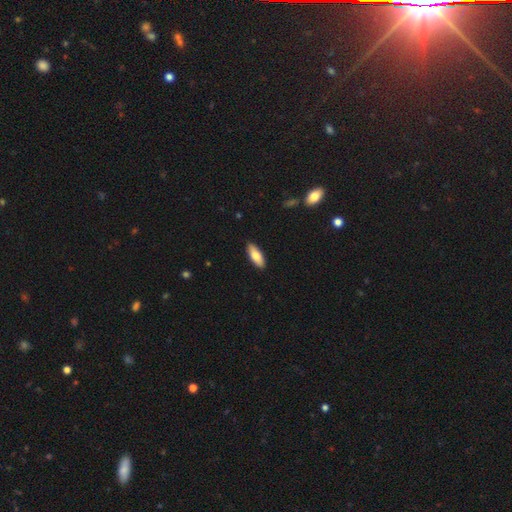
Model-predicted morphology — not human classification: Smooth or featured? Predicted: smooth (p=0.78). How rounded? Predicted: in between (p=0.70). Merging? Predicted: none (p=0.89).